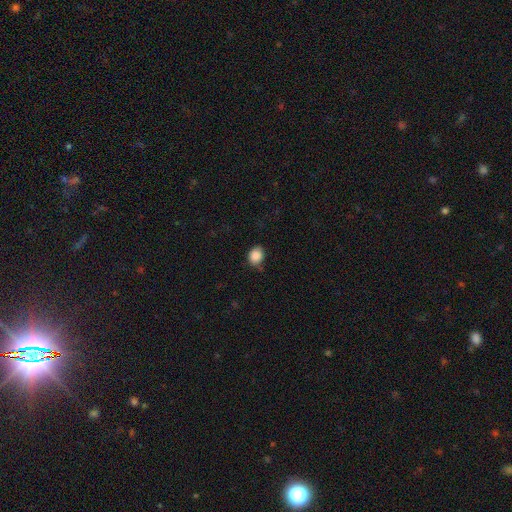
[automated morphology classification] Q: Smooth or featured?
A: smooth (87%); runner-up: star or artifact (9%)
Q: How rounded?
A: round (60%); runner-up: in between (39%)
Q: Merging?
A: none (71%); runner-up: minor disturbance (23%)